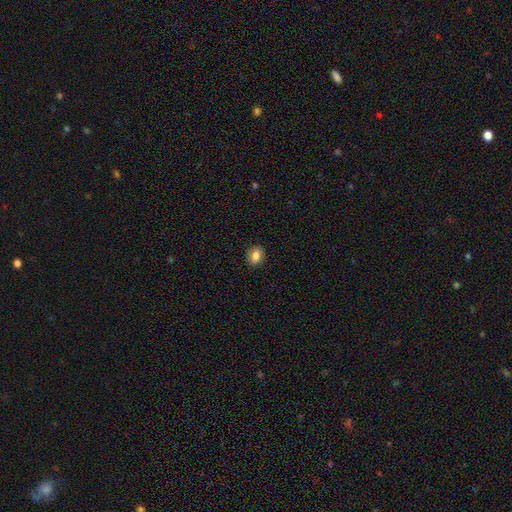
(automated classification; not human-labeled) A smooth galaxy with no disk features (80%) that is in between round and cigar-shaped (62%). Merging: none (88%).